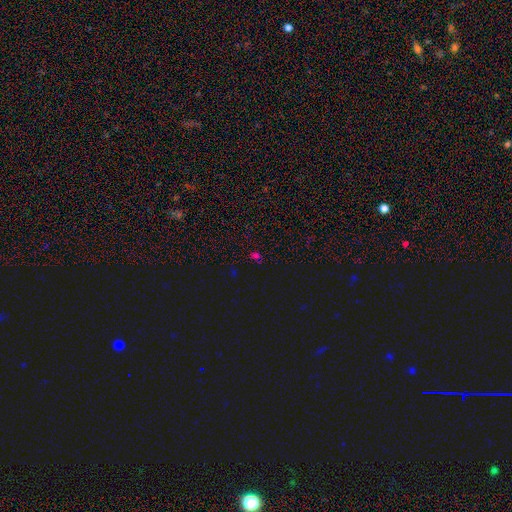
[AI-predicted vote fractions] Morphology: type=star or artifact (50%).